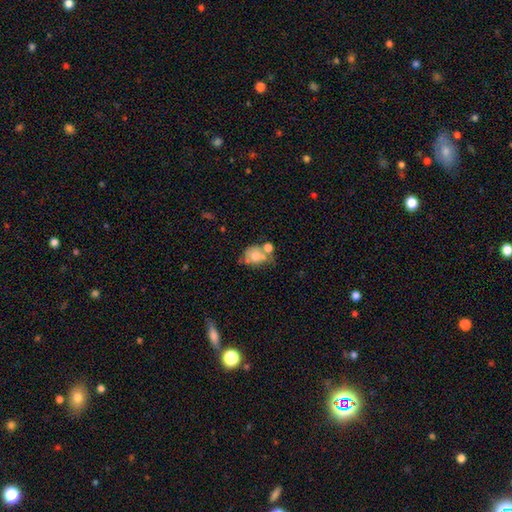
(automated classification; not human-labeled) Overall: smooth (57%; featured or disk 33%). How rounded: round (51%; in between 48%). Merging: merger (42%; none 28%).